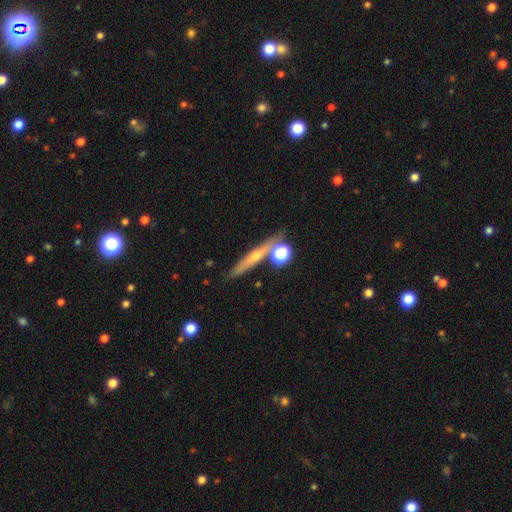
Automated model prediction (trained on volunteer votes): Smooth or featured?
  - featured or disk: 53% *
  - smooth: 36%
  - star or artifact: 11%
Edge-on disk?
  - yes: 91% *
  - no: 9%
Merging?
  - none: 72% *
  - merger: 13%
  - minor disturbance: 11%
  - major disturbance: 4%